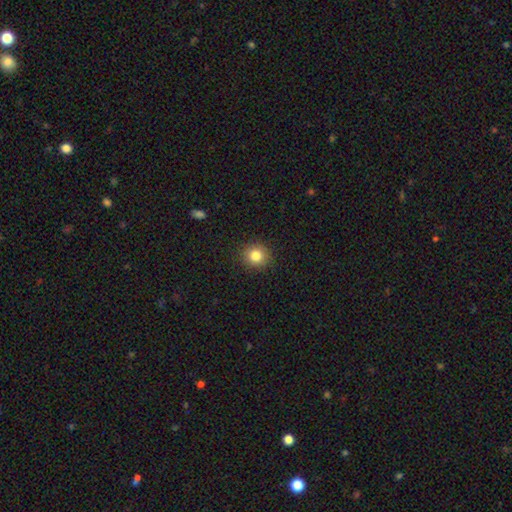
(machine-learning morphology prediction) This is clearly a smooth galaxy (83%). How rounded: clearly round (88%). Merging: clearly none (91%).